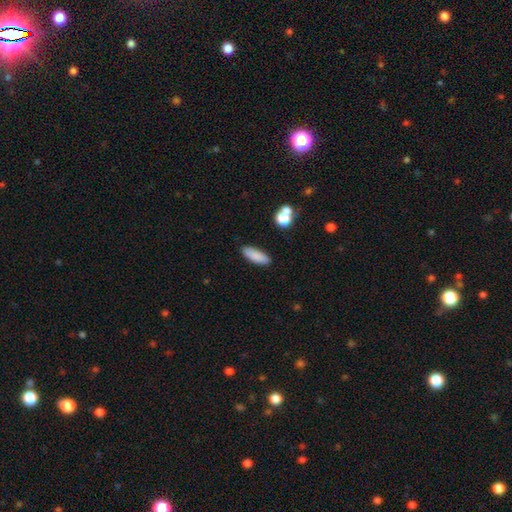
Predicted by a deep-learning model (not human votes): Smooth or featured? Predicted: smooth (p=0.86). How rounded? Predicted: in between (p=0.59). Merging? Predicted: none (p=0.87).